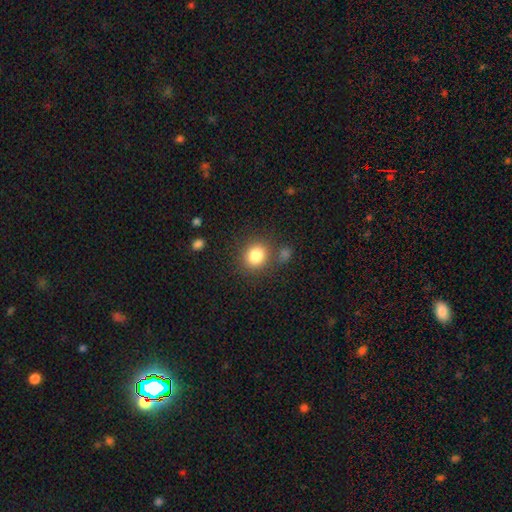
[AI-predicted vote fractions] A smooth galaxy with no disk features (84%) that is round (74%).

Vote fractions:
- Smooth or featured? smooth: 84% / star or artifact: 10% / featured or disk: 6%
- How rounded? round: 74% / in between: 25% / cigar-shaped: 1%
- Merging? none: 76% / minor disturbance: 11% / merger: 9% / major disturbance: 4%